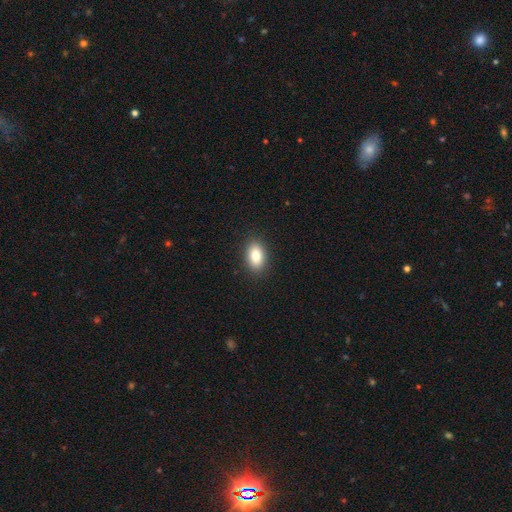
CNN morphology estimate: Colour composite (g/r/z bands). It shows a smooth galaxy with no disk features (85%) that is in between round and cigar-shaped (90%). Merging: none (89%).